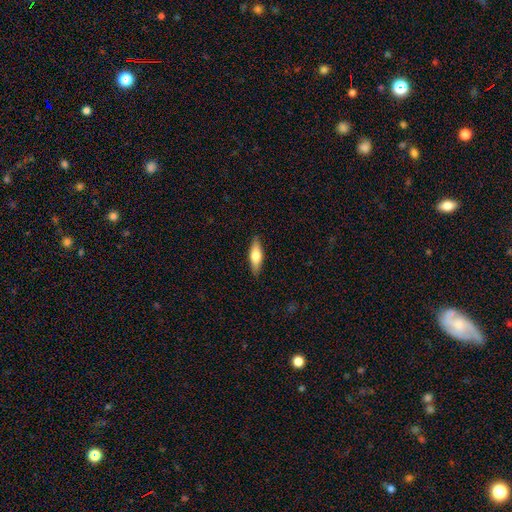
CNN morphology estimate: This is likely a smooth galaxy (64%). How rounded: possibly in between (53%). Merging: clearly none (88%).